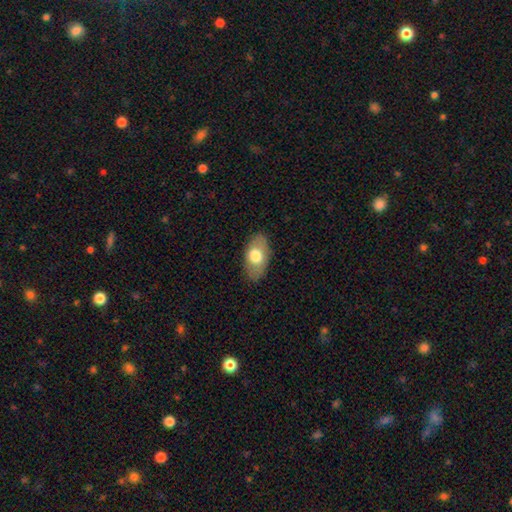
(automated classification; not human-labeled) smooth 69%, featured or disk 25%, star or artifact 6%. Down the decision tree: how rounded — in between (92%); merging — none (84%).